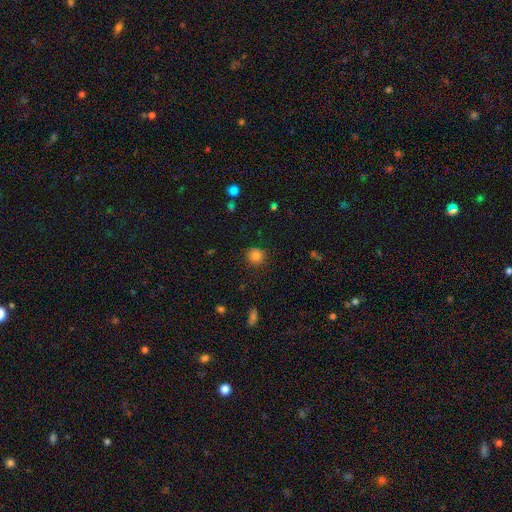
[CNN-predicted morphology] Smooth or featured? Predicted: smooth (p=0.82). How rounded? Predicted: round (p=0.89). Merging? Predicted: none (p=0.86).